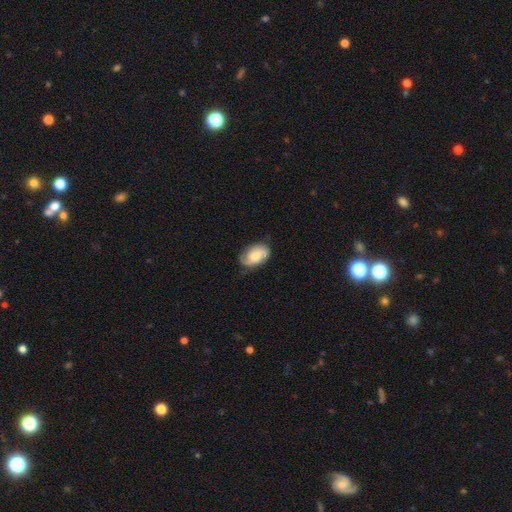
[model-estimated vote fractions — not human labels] Morphology: type=featured or disk (49%); merging=none (70%).